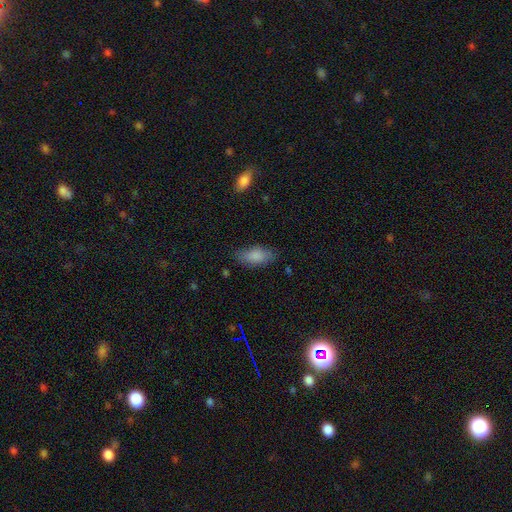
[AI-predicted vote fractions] Smooth or featured?
  - smooth: 84% *
  - featured or disk: 9%
  - star or artifact: 7%
How rounded?
  - in between: 85% *
  - cigar-shaped: 12%
  - round: 3%
Merging?
  - none: 76% *
  - minor disturbance: 18%
  - major disturbance: 5%
  - merger: 1%